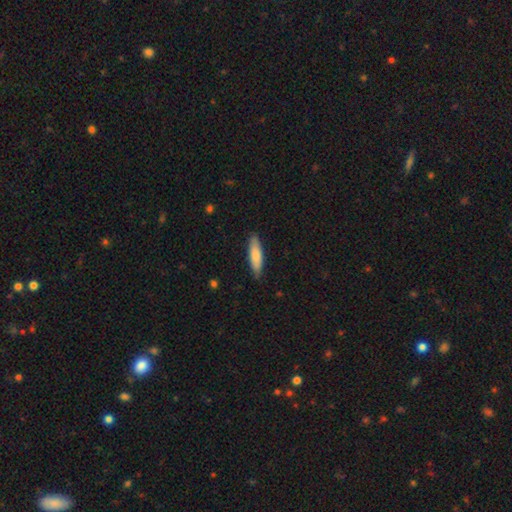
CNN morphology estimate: This appears to be a smooth galaxy with no disk features (80%) that is cigar-shaped (69%). Merging: none (87%).